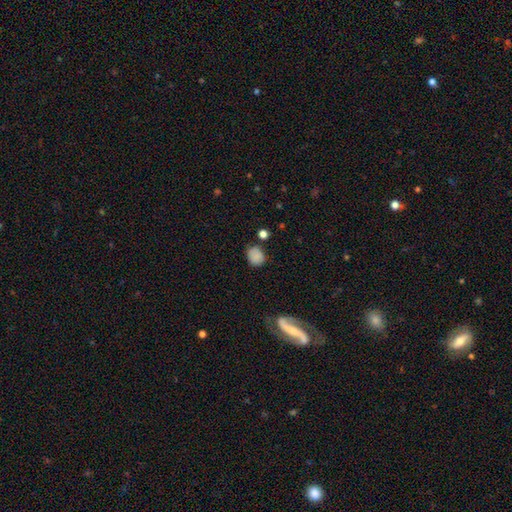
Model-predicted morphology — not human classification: Overall: smooth (83%). How rounded: round (55%; in between 44%). Merging: none (68%).